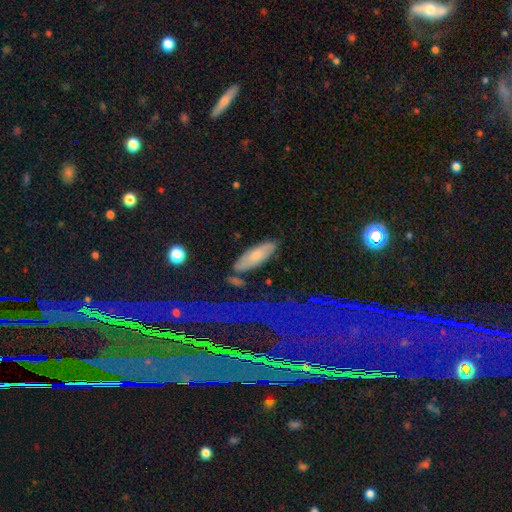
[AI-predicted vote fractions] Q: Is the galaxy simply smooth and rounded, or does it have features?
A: smooth — 70%.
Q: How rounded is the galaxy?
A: in between — 54%.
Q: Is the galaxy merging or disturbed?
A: none — 78%.